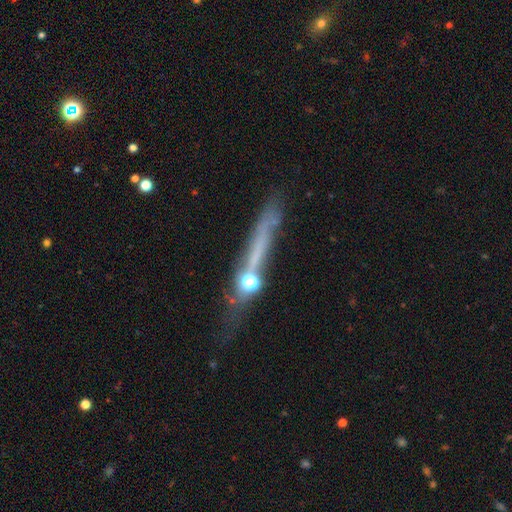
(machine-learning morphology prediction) type=featured or disk (50%); merging=none (63%).